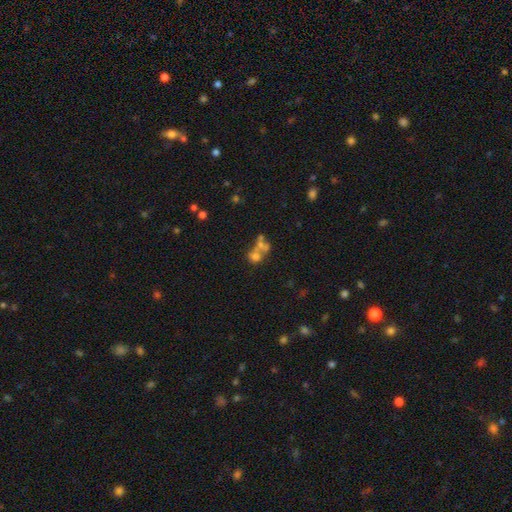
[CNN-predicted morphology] Smooth or featured: smooth — 53% (featured or disk — 28%)
How rounded: round — 60% (in between — 38%)
Merging: merger — 56% (none — 27%)